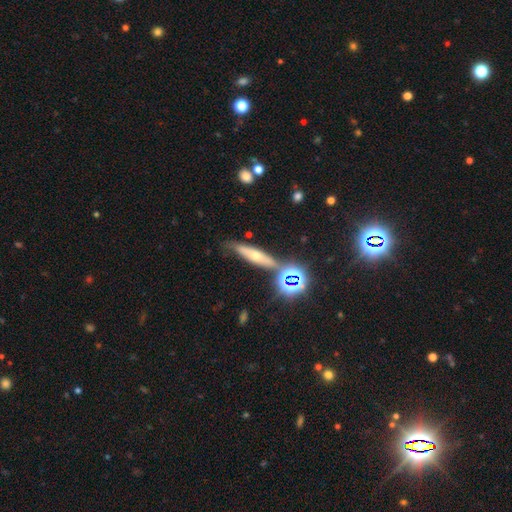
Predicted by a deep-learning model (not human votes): Morphology: type=featured or disk (40%); merging=none (74%).